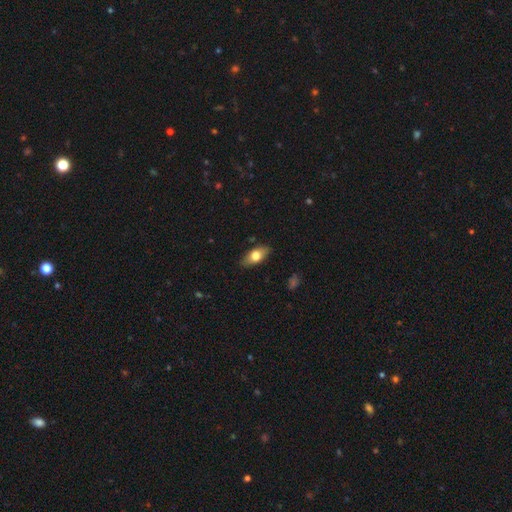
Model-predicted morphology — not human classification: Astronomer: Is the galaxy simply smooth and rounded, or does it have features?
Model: smooth — 71%.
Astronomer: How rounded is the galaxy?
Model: in between — 85%.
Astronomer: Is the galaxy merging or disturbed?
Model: none — 85%.